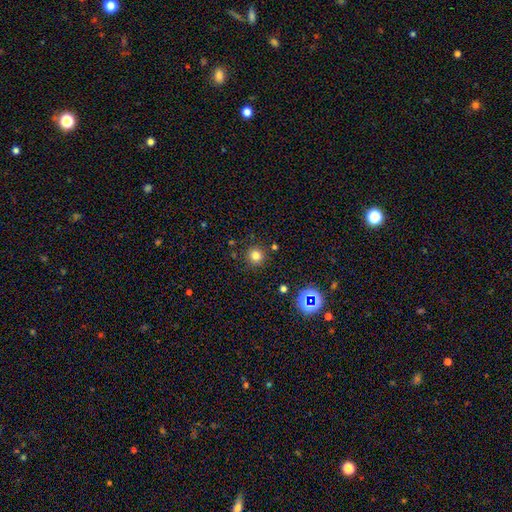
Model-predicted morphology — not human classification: Q: Smooth or featured?
A: smooth (78%); runner-up: star or artifact (16%)
Q: How rounded?
A: round (94%); runner-up: in between (5%)
Q: Merging?
A: none (87%); runner-up: minor disturbance (7%)